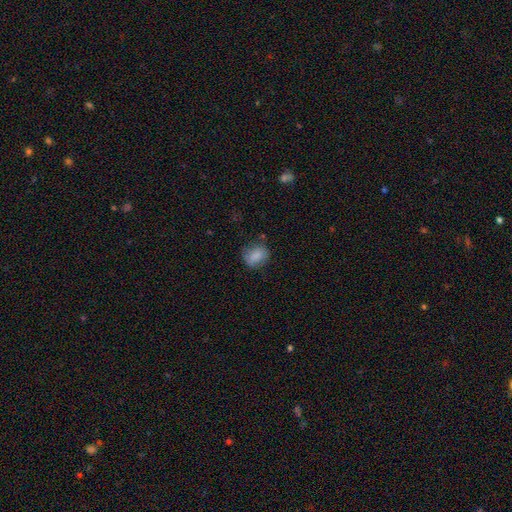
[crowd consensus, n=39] smooth-or-featured: smooth: 87% | featured or disk: 8% | star or artifact: 5%
  how-rounded: in between: 65% | round: 32% | cigar-shaped: 3%
  merging: none: 76% | minor disturbance: 19% | major disturbance: 5% | merger: 0%